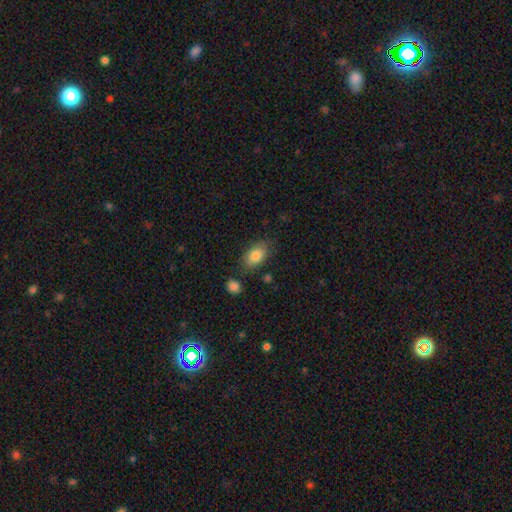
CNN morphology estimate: smooth-or-featured: smooth: 83% | featured or disk: 10% | star or artifact: 7%
  how-rounded: in between: 90% | round: 8% | cigar-shaped: 2%
  merging: none: 77% | minor disturbance: 15% | merger: 4% | major disturbance: 4%